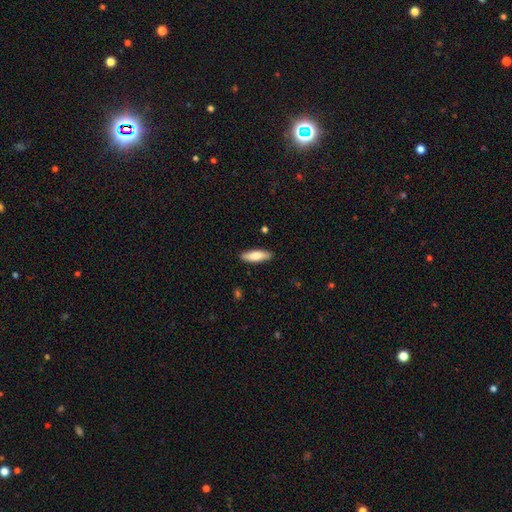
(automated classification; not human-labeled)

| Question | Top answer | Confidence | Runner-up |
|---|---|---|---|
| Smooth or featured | smooth | 80% | featured or disk (14%) |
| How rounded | in between | 50% | cigar-shaped (48%) |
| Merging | none | 88% | minor disturbance (10%) |